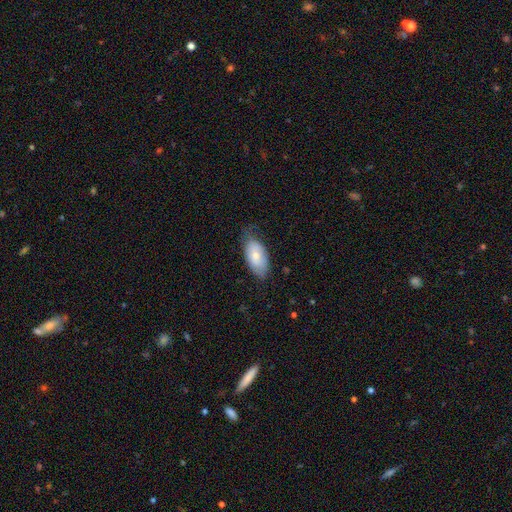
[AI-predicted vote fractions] Smooth or featured? smooth (71%)
How rounded? in between (94%)
Merging? none (57%)